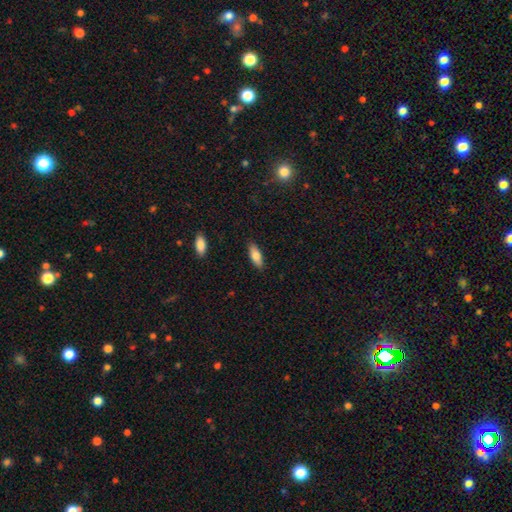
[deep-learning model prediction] smooth_or_featured: smooth (p=0.79) [alt: featured or disk p=0.15]
how_rounded: in between (p=0.69) [alt: cigar-shaped p=0.29]
merging: none (p=0.88) [alt: minor disturbance p=0.09]